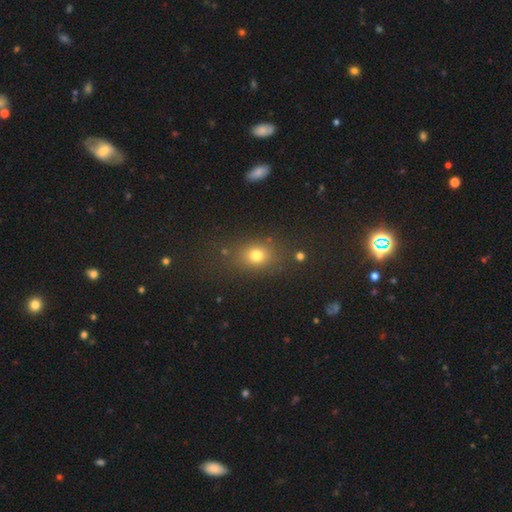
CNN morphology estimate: smooth-or-featured: smooth: 74% | star or artifact: 17% | featured or disk: 9%
  how-rounded: in between: 51% | round: 47% | cigar-shaped: 2%
  merging: none: 75% | minor disturbance: 13% | major disturbance: 7% | merger: 5%